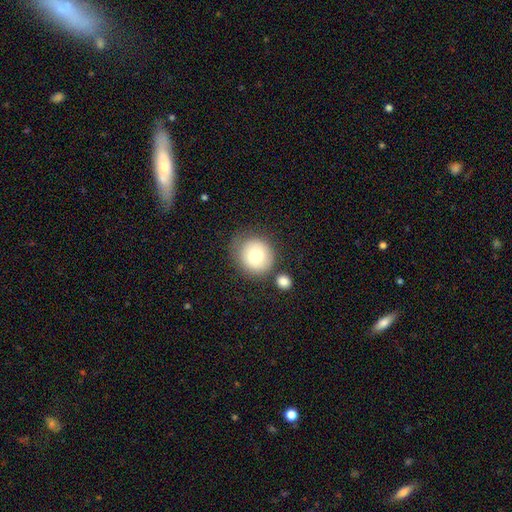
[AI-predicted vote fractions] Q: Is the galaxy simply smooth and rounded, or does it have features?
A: smooth — 74%.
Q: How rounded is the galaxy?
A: round — 88%.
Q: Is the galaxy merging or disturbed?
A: none — 66%.